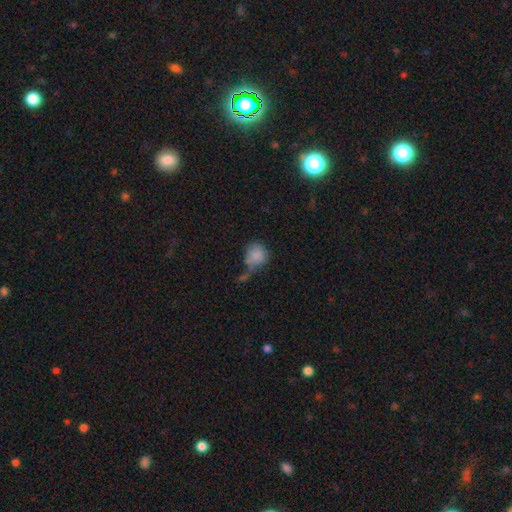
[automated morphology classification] smooth 83%, featured or disk 8%, star or artifact 8%. Down the decision tree: how rounded — round (81%); merging — none (44%).